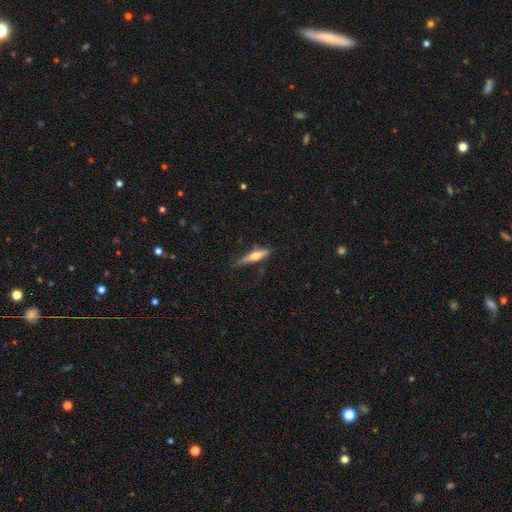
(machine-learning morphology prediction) Overall: featured or disk (52%; smooth 42%). Edge-on disk: yes (94%). Merging: none (67%).